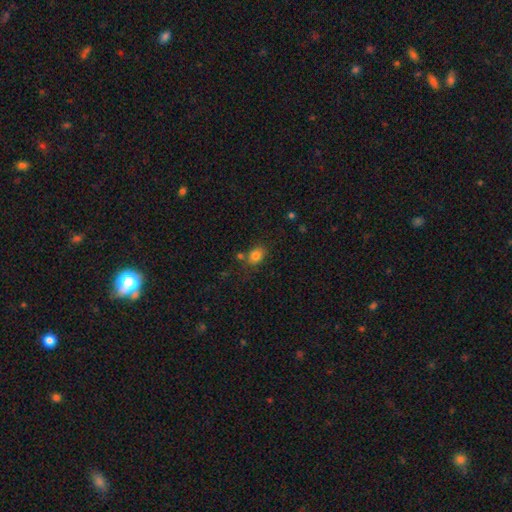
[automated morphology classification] This is clearly a smooth galaxy (81%). How rounded: likely in between (61%). Merging: likely none (67%).